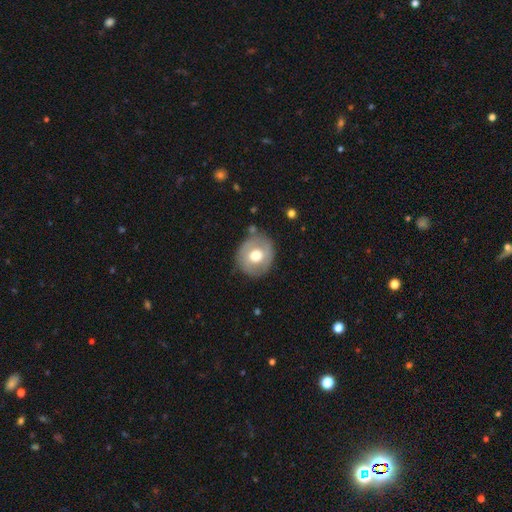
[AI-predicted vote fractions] Smooth or featured? Predicted: smooth (p=0.54). How rounded? Predicted: round (p=0.82). Merging? Predicted: none (p=0.77).